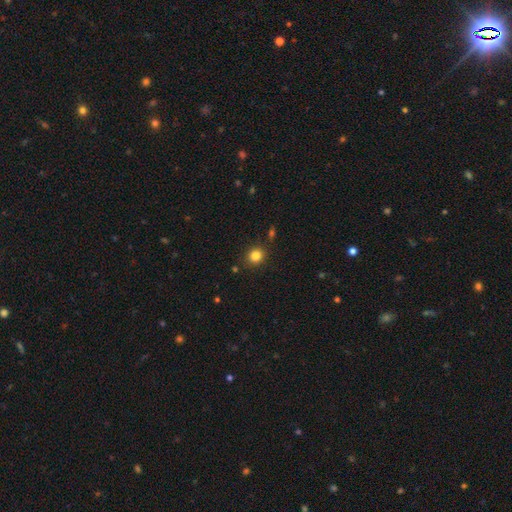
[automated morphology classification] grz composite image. It shows a smooth galaxy with no disk features (84%) that is round (81%). Merging: none (87%).